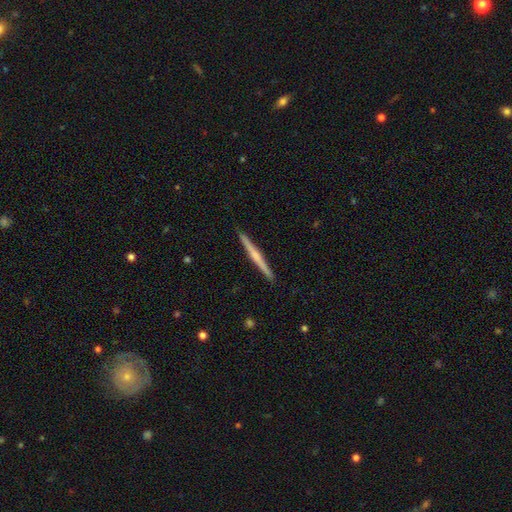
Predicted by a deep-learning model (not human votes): featured or disk 65%, smooth 30%, star or artifact 5%. Down the decision tree: edge-on disk — yes (98%); edge-on bulge — rounded (57%); merging — none (93%).